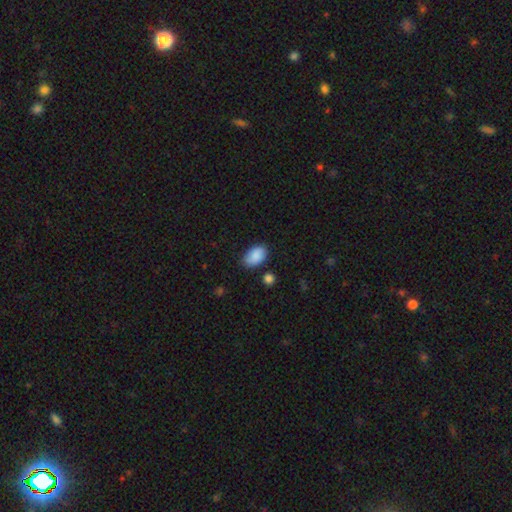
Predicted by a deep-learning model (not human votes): This appears to be a smooth galaxy with no disk features (87%) that is in between round and cigar-shaped (91%). Merging: none (74%).